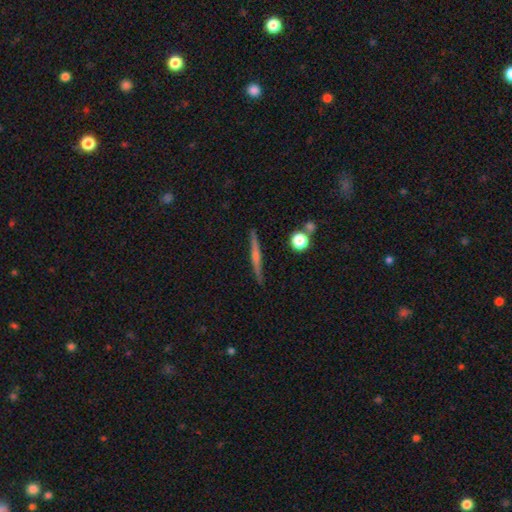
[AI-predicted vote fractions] smooth-or-featured: featured or disk: 63% | smooth: 29% | star or artifact: 8%
  disk-edge-on: yes: 97% | no: 3%
    edge-on-bulge: rounded: 61% | none: 30% | boxy: 8%
  merging: none: 89% | minor disturbance: 8% | merger: 2% | major disturbance: 2%